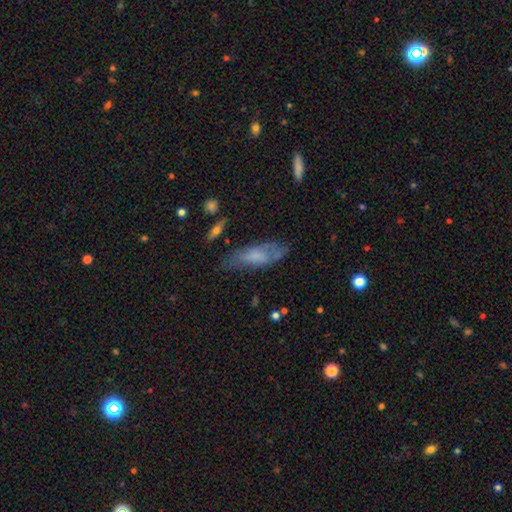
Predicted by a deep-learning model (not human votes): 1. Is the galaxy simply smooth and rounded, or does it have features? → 59% smooth, 33% featured or disk, 8% star or artifact.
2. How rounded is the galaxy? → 69% in between, 29% cigar-shaped, 2% round.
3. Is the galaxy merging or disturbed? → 53% none, 28% minor disturbance, 15% major disturbance, 4% merger.